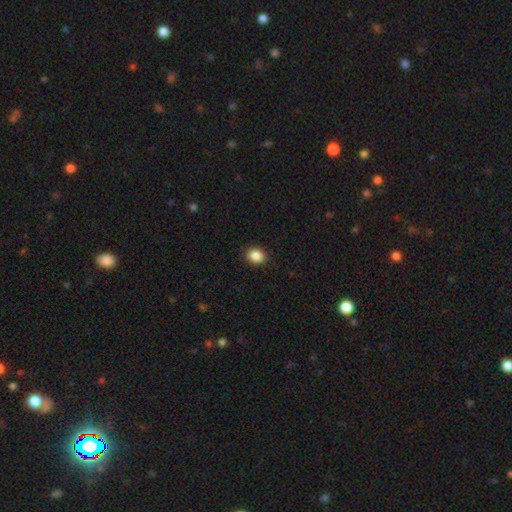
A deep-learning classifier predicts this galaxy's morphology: smooth-or-featured: smooth: 88% | star or artifact: 9% | featured or disk: 3%
  how-rounded: round: 53% | in between: 46% | cigar-shaped: 1%
  merging: none: 90% | minor disturbance: 7% | major disturbance: 2% | merger: 1%